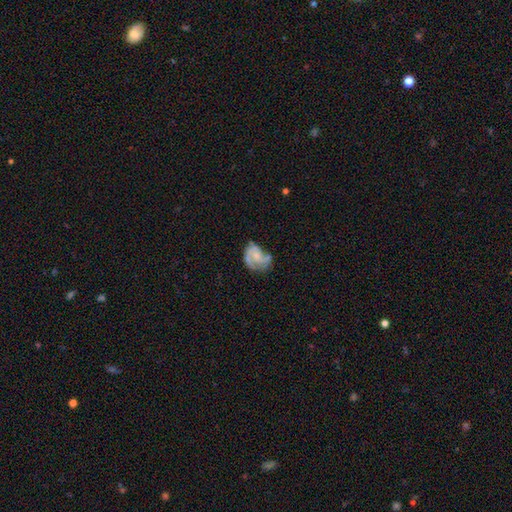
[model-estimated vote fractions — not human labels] This is likely a featured or disk galaxy (67%). It is clearly not viewed edge-on (98%). Bar: likely no (69%). Spiral arm pattern: clearly yes (83%). Spiral arm count: marginally 2 (43%). Spiral winding: possibly medium (45%). Central bulge: possibly small (46%). Merging: marginally none (41%).